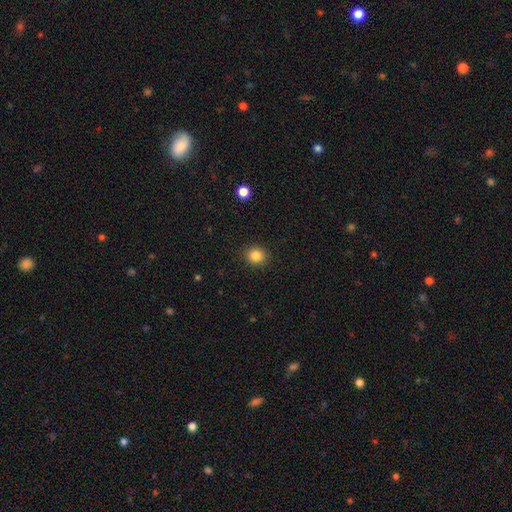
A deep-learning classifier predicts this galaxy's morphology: Overall: smooth (85%). How rounded: round (82%). Merging: none (91%).